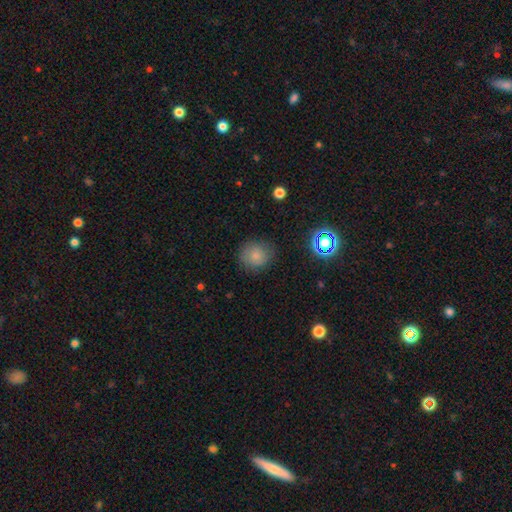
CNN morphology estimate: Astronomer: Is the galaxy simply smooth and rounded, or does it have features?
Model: smooth — 79%.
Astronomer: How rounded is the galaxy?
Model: round — 85%.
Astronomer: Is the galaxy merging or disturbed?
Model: none — 80%.